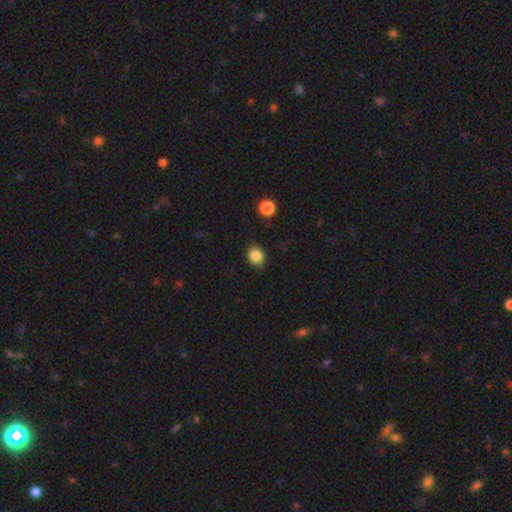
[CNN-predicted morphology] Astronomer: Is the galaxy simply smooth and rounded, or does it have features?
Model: smooth — 86%.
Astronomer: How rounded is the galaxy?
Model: round — 70%.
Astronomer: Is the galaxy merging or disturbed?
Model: none — 85%.